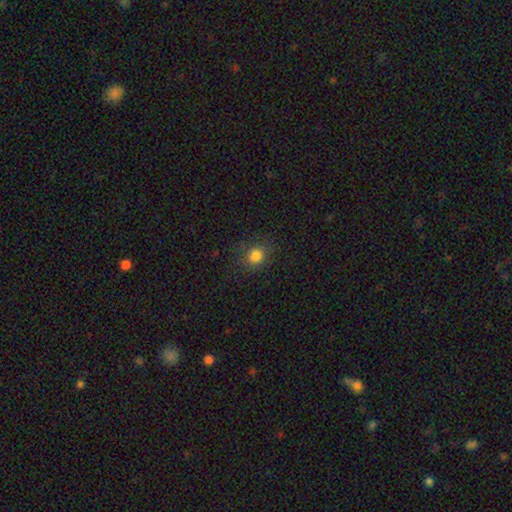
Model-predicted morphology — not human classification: smooth 82%, star or artifact 13%, featured or disk 5%. Down the decision tree: how rounded — round (75%); merging — none (83%).